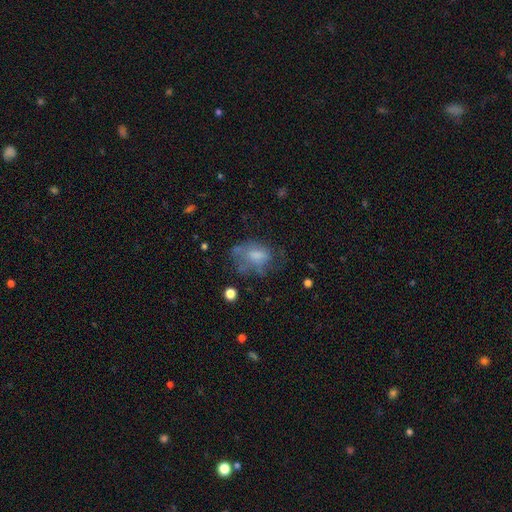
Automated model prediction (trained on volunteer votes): Smooth or featured: smooth — 54% (featured or disk — 34%)
How rounded: in between — 77% (round — 21%)
Merging: none — 38% (major disturbance — 32%)